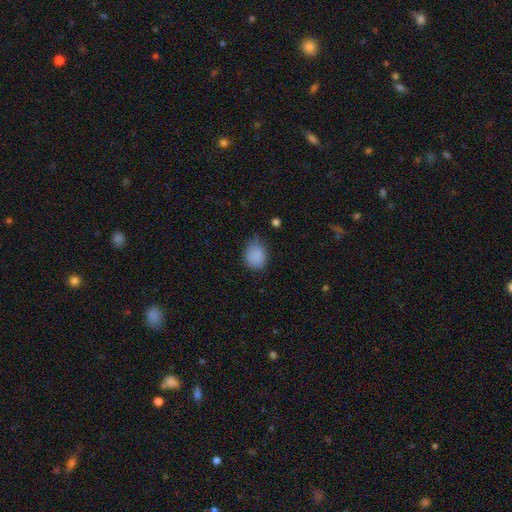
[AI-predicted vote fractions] A smooth galaxy with no disk features (87%) that is round (53%). Merging: none (56%).